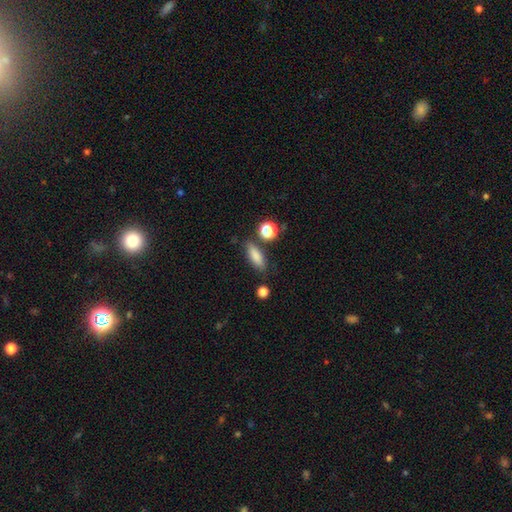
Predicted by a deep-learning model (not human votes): Smooth or featured? Predicted: smooth (p=0.82). How rounded? Predicted: in between (p=0.62). Merging? Predicted: none (p=0.76).